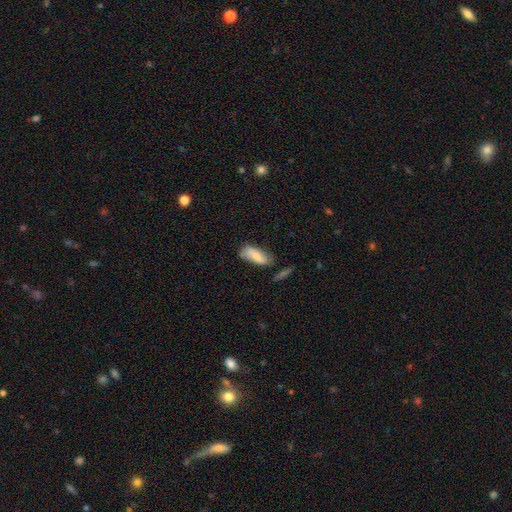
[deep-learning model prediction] Morphology: type=smooth (76%); roundness=in between (83%); merging=none (60%).